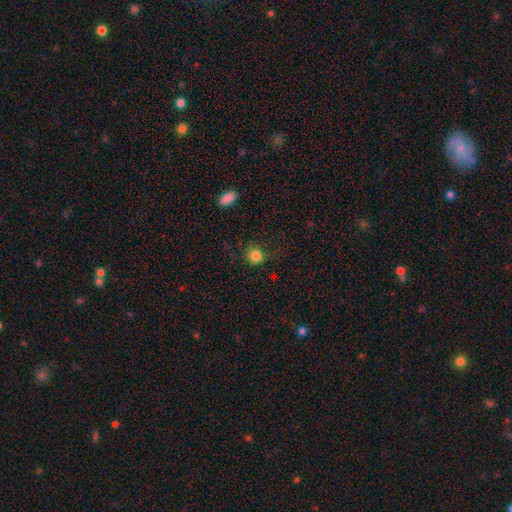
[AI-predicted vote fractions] This is clearly a smooth galaxy (83%). How rounded: clearly round (88%). Merging: likely none (77%).